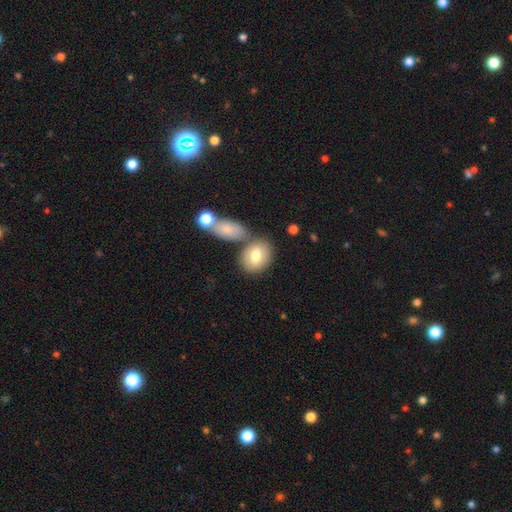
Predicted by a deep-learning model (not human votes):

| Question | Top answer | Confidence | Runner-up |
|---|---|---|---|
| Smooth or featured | smooth | 77% | featured or disk (16%) |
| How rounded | in between | 65% | round (33%) |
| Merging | none | 59% | merger (25%) |